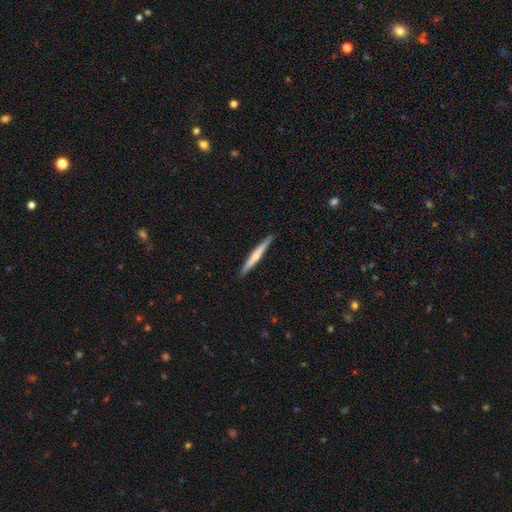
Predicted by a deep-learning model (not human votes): Smooth or featured: smooth — 49% (featured or disk — 46%)
Merging: none — 91% (minor disturbance — 7%)